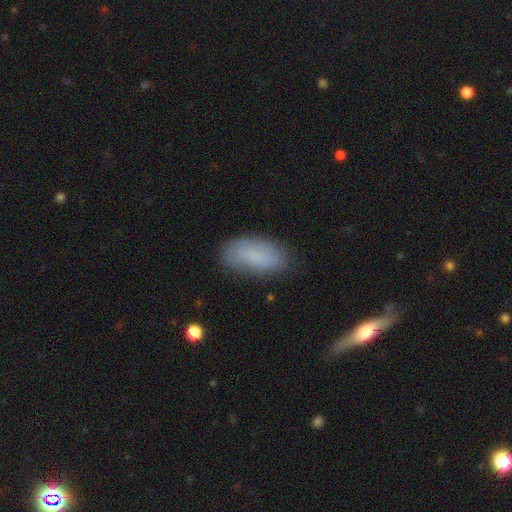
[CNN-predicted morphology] Smooth or featured? smooth (76%)
How rounded? in between (90%)
Merging? none (75%)